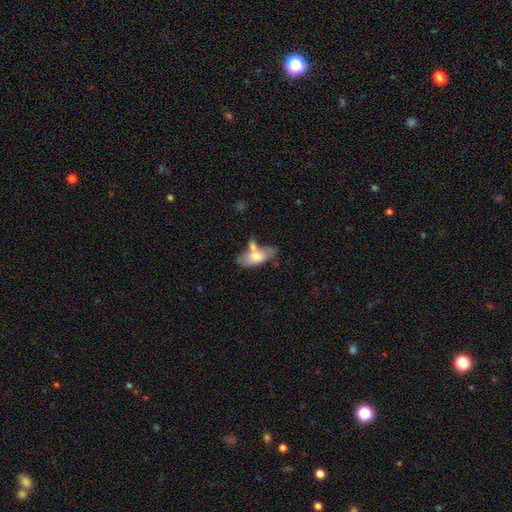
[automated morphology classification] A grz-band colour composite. It shows a smooth galaxy with no disk features (68%) that is in between round and cigar-shaped (82%). Merging: none (37%).